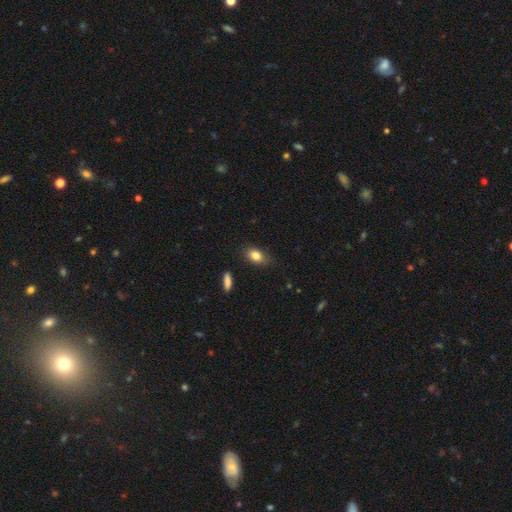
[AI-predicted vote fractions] Overall: smooth (83%). How rounded: in between (82%). Merging: none (78%).